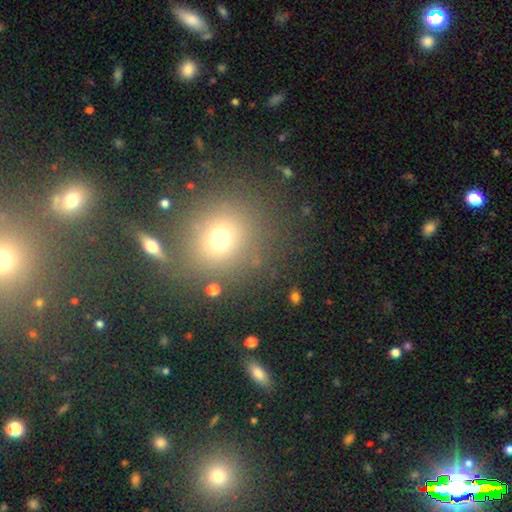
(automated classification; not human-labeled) Q: Smooth or featured?
A: smooth (63%); runner-up: star or artifact (26%)
Q: How rounded?
A: round (83%); runner-up: in between (16%)
Q: Merging?
A: none (80%); runner-up: minor disturbance (9%)